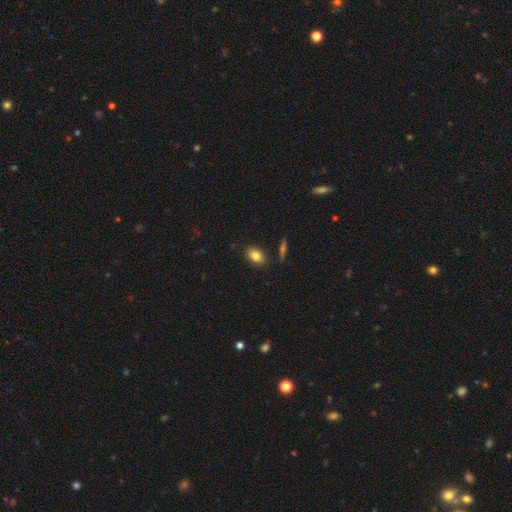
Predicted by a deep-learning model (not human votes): Smooth or featured? smooth (84%)
How rounded? in between (83%)
Merging? none (86%)